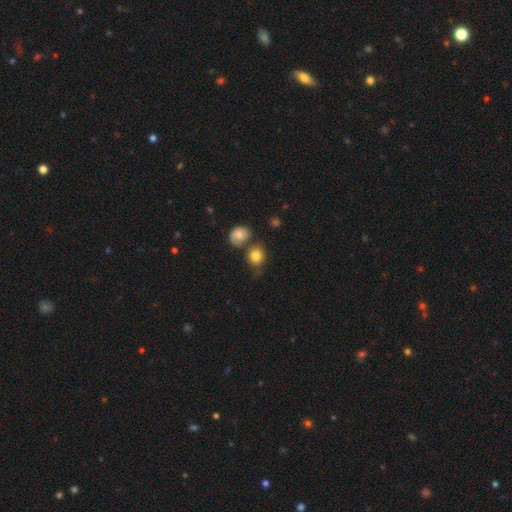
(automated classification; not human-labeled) The model was most divided on "merging": none: 55%, merger: 20%, minor disturbance: 18%, major disturbance: 7%. More confident: smooth or featured — smooth (82%); how rounded — round (68%).